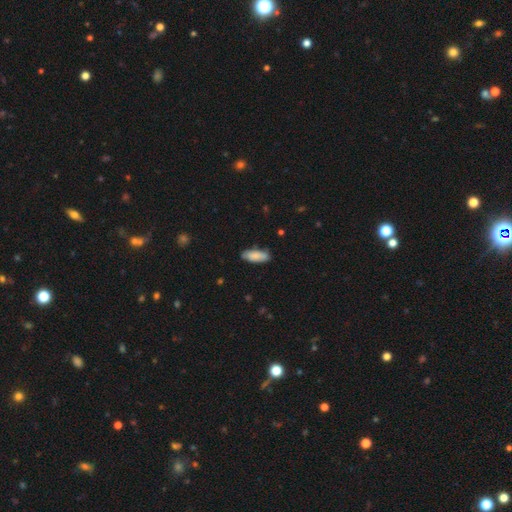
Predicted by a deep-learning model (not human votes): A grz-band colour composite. It shows a smooth galaxy with no disk features (86%) that is in between round and cigar-shaped (73%). Merging: none (82%).